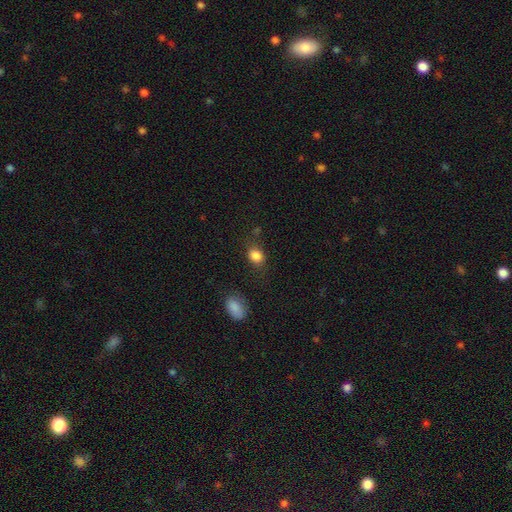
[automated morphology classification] Q: Smooth or featured?
A: smooth (85%); runner-up: star or artifact (10%)
Q: How rounded?
A: round (51%); runner-up: in between (47%)
Q: Merging?
A: none (71%); runner-up: minor disturbance (18%)